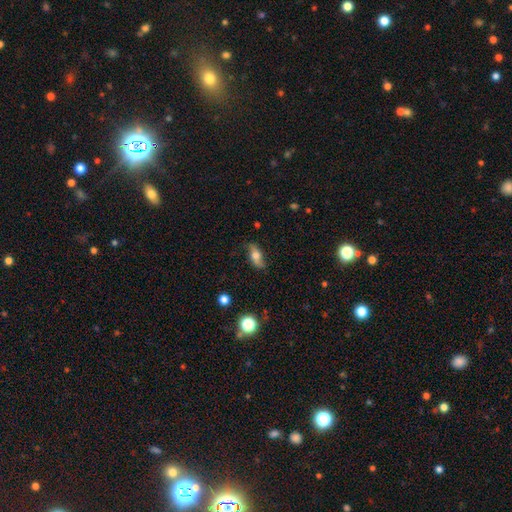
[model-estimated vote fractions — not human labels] featured or disk 46%, smooth 44%, star or artifact 10%. Down the decision tree: merging — none (72%).